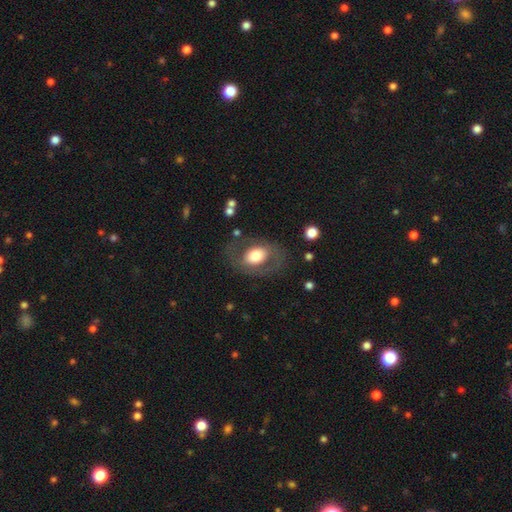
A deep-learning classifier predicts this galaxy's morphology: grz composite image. It shows a smooth galaxy with no disk features (55%) that is in between round and cigar-shaped (70%). Merging: none (72%).